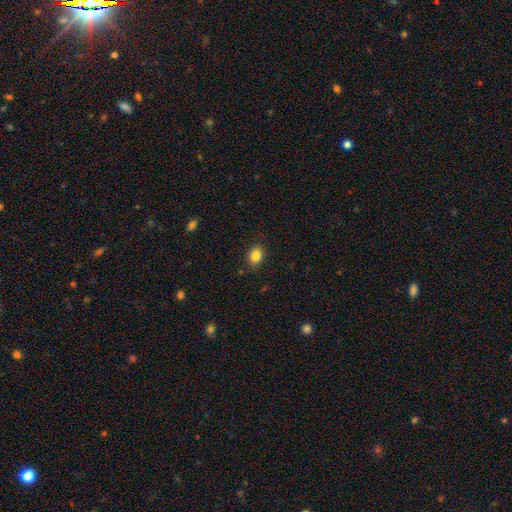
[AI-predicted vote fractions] Smooth or featured?
  - smooth: 85% *
  - star or artifact: 10%
  - featured or disk: 5%
How rounded?
  - in between: 61% *
  - round: 38%
  - cigar-shaped: 1%
Merging?
  - none: 87% *
  - minor disturbance: 10%
  - major disturbance: 2%
  - merger: 1%